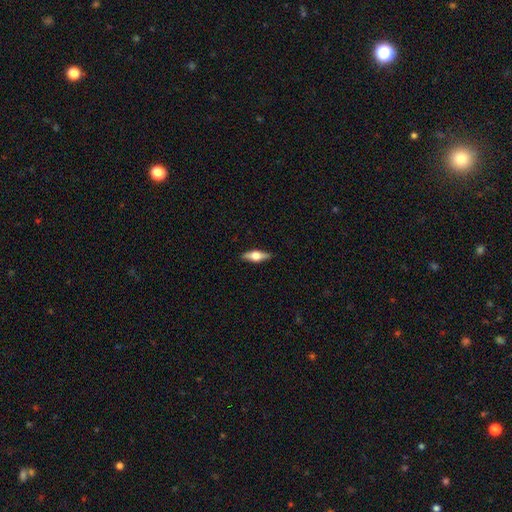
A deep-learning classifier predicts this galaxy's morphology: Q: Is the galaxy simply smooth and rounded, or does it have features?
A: featured or disk — 57%.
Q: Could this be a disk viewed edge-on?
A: yes — 95%.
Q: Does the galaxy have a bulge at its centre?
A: rounded — 93%.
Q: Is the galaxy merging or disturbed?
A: none — 88%.